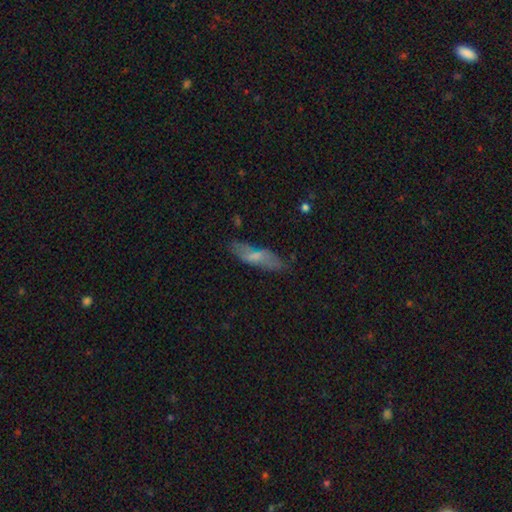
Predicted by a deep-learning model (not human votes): This appears to be a smooth galaxy with no disk features (62%) that is cigar-shaped (54%). Merging: none (72%).